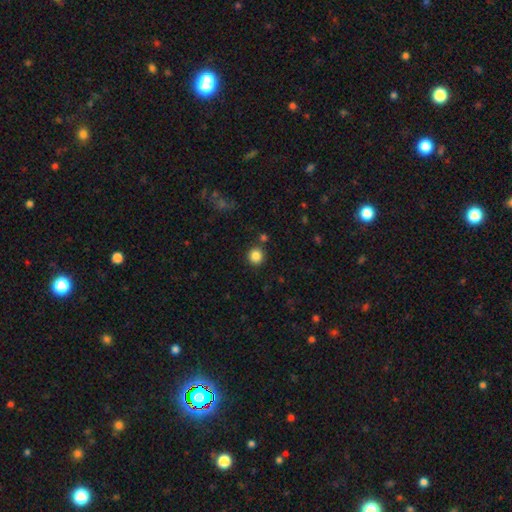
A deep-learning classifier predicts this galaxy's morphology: Overall: smooth (85%). How rounded: round (93%). Merging: none (87%).